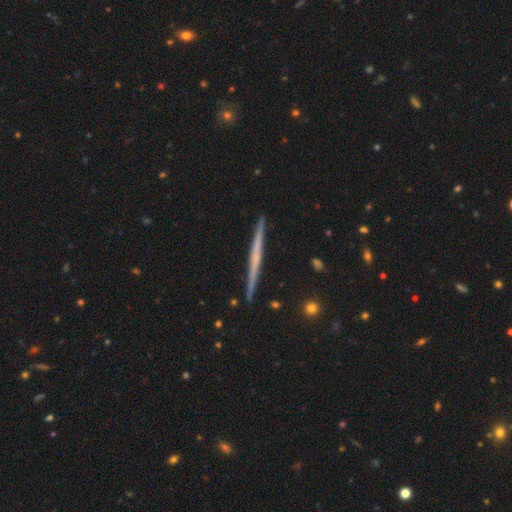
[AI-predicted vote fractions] Q: Smooth or featured?
A: featured or disk (63%); runner-up: smooth (32%)
Q: Edge-on disk?
A: yes (98%); runner-up: no (2%)
Q: Edge-on bulge?
A: none (81%); runner-up: rounded (14%)
Q: Merging?
A: none (91%); runner-up: minor disturbance (6%)